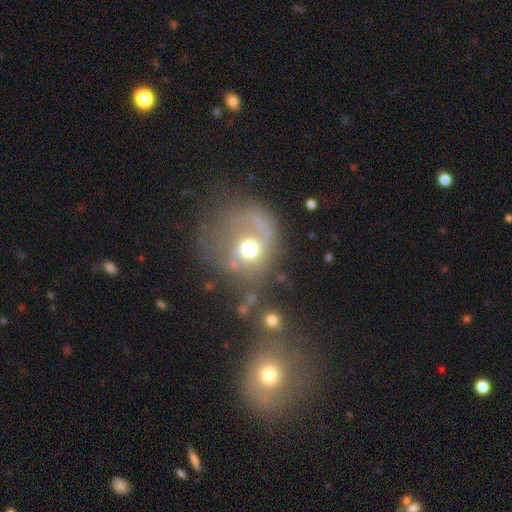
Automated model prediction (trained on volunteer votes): Morphology: type=featured or disk (47%); merging=major disturbance (35%).